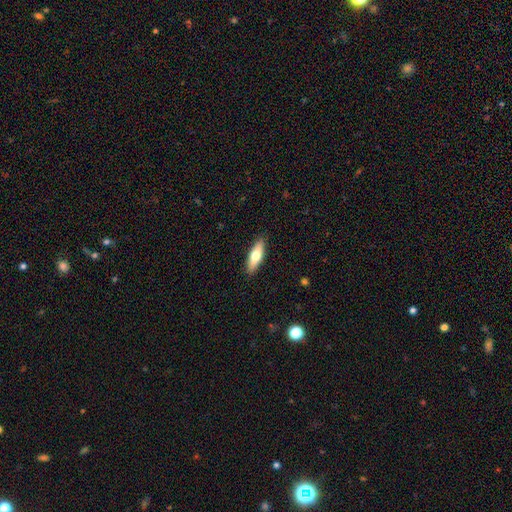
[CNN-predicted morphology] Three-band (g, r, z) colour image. It shows a smooth galaxy with no disk features (63%) that is in between round and cigar-shaped (50%). Merging: none (90%).